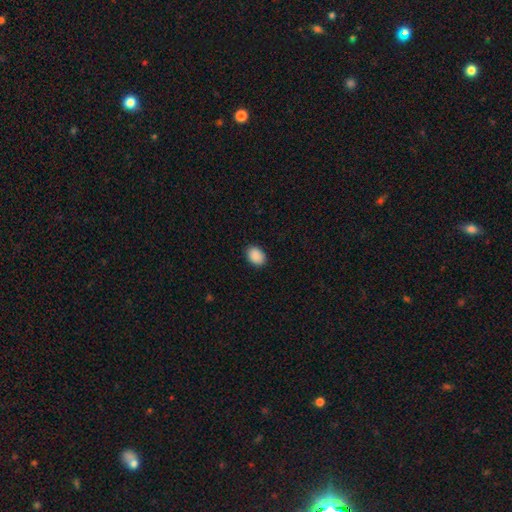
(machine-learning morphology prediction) Q: Smooth or featured?
A: smooth (90%); runner-up: star or artifact (8%)
Q: How rounded?
A: in between (73%); runner-up: round (26%)
Q: Merging?
A: none (88%); runner-up: minor disturbance (9%)